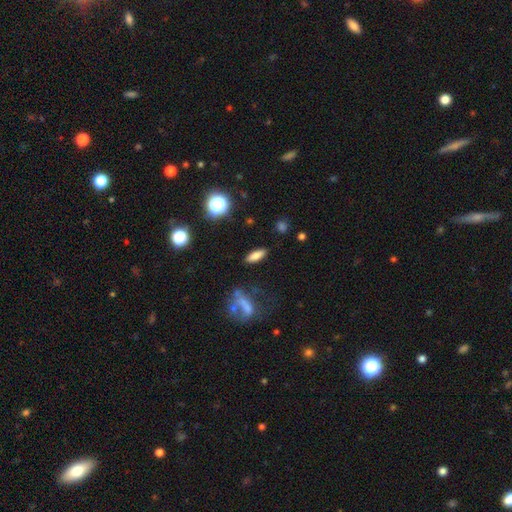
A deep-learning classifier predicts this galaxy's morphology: The model was most divided on "how rounded": in between: 56%, cigar-shaped: 40%, round: 4%. More confident: merging — none (85%); smooth or featured — smooth (74%).